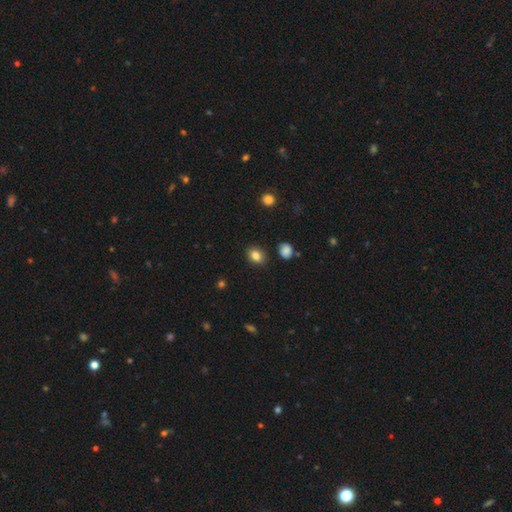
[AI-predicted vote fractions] Smooth or featured: smooth — 85% (star or artifact — 10%)
How rounded: in between — 64% (round — 35%)
Merging: none — 86% (minor disturbance — 10%)